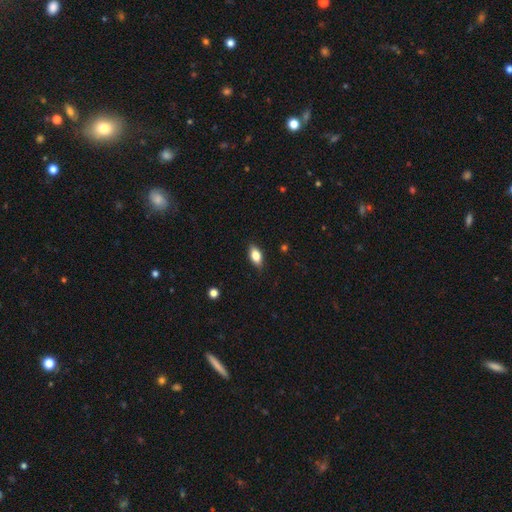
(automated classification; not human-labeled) This appears to be a smooth galaxy with no disk features (80%) that is in between round and cigar-shaped (87%). Merging: none (86%).